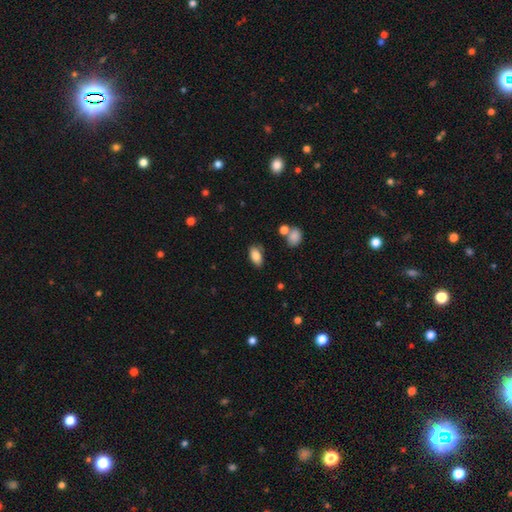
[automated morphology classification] A smooth galaxy with no disk features (84%) that is in between round and cigar-shaped (92%).

Vote fractions:
- Smooth or featured? smooth: 84% / star or artifact: 8% / featured or disk: 8%
- How rounded? in between: 92% / round: 5% / cigar-shaped: 3%
- Merging? none: 78% / minor disturbance: 15% / merger: 4% / major disturbance: 3%